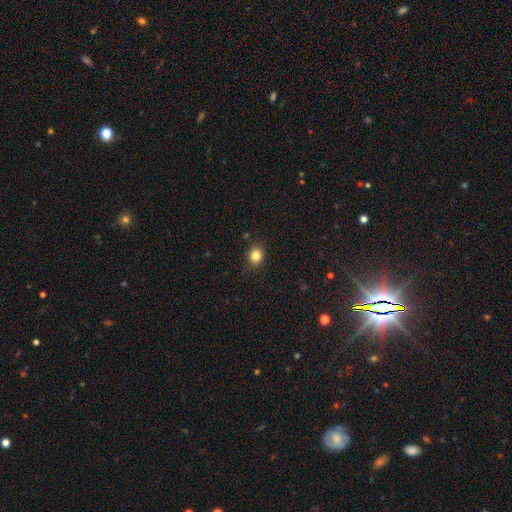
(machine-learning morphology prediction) Q: Smooth or featured?
A: smooth (83%); runner-up: star or artifact (11%)
Q: How rounded?
A: round (70%); runner-up: in between (29%)
Q: Merging?
A: none (89%); runner-up: minor disturbance (8%)